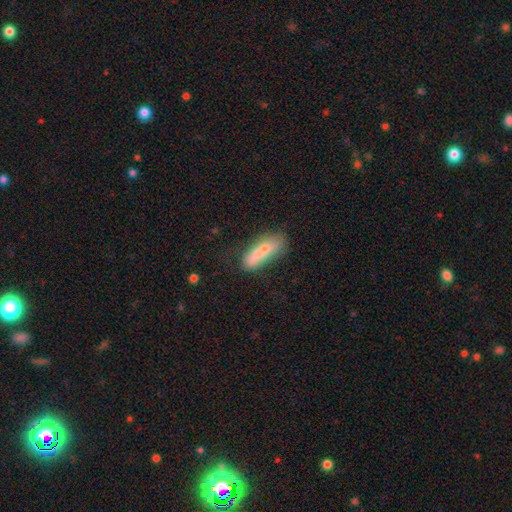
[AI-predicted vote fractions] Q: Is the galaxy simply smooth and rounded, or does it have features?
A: smooth — 69%.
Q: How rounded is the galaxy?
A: in between — 58%.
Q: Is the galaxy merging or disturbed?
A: none — 44%.